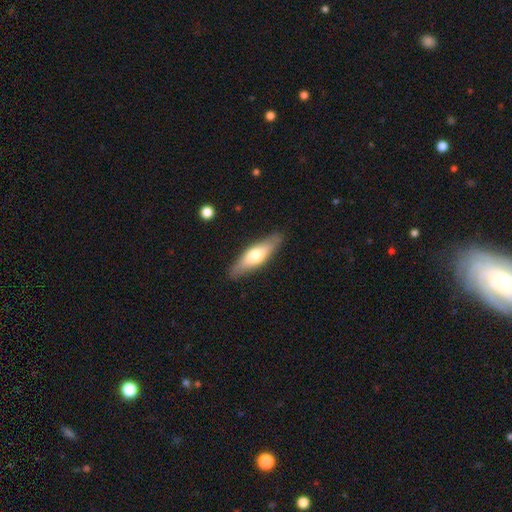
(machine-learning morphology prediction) This appears to be a smooth galaxy with no disk features (56%) that is cigar-shaped (58%). Merging: none (87%).